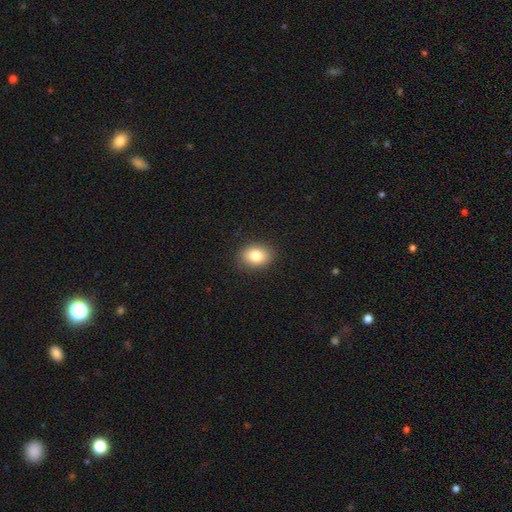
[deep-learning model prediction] A smooth galaxy with no disk features (82%) that is in between round and cigar-shaped (71%). Merging: none (88%).